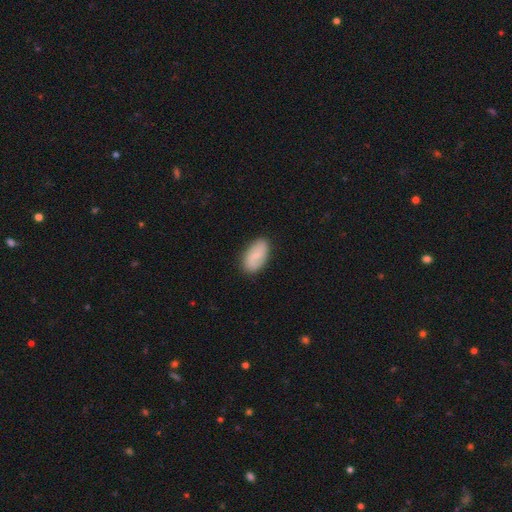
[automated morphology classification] Overall: smooth (61%; featured or disk 33%). How rounded: in between (93%). Merging: none (85%).